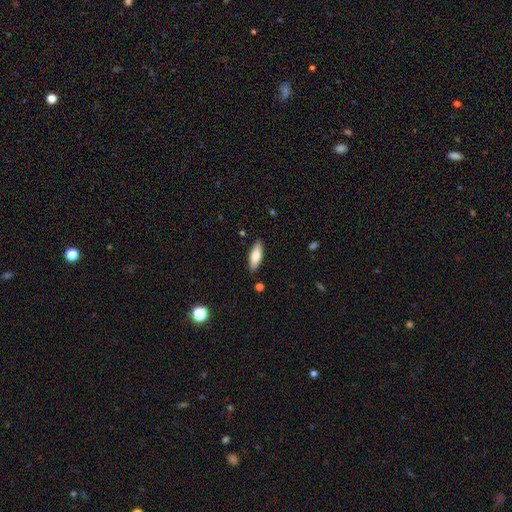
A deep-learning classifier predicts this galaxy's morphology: smooth-or-featured: smooth: 74% | featured or disk: 19% | star or artifact: 6%
  how-rounded: in between: 61% | cigar-shaped: 37% | round: 2%
  merging: none: 88% | minor disturbance: 9% | major disturbance: 2% | merger: 1%